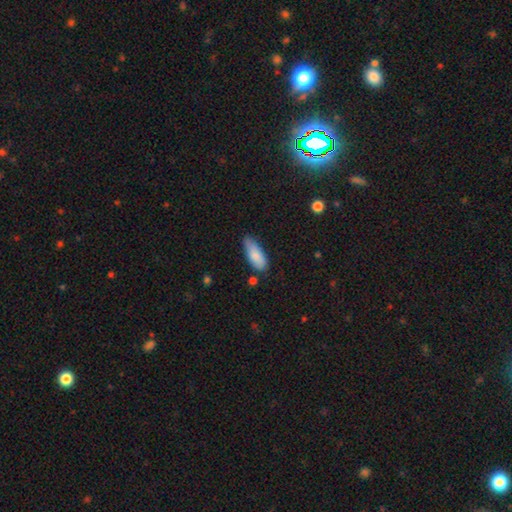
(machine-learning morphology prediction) A smooth galaxy with no disk features (84%) that is in between round and cigar-shaped (77%). Merging: none (54%).